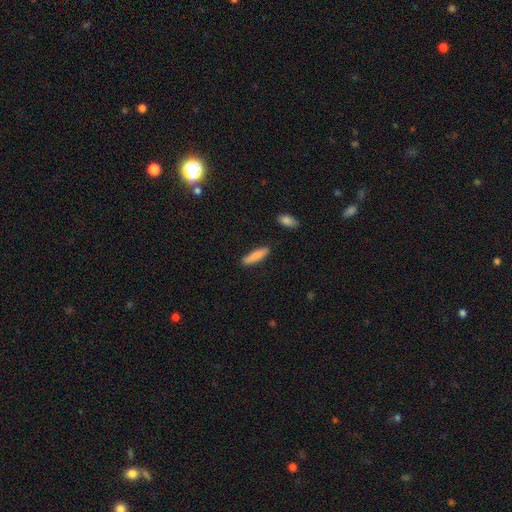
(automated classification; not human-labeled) Smooth or featured?
  - smooth: 82% *
  - featured or disk: 12%
  - star or artifact: 6%
How rounded?
  - cigar-shaped: 73% *
  - in between: 26%
  - round: 2%
Merging?
  - none: 86% *
  - minor disturbance: 10%
  - merger: 2%
  - major disturbance: 2%